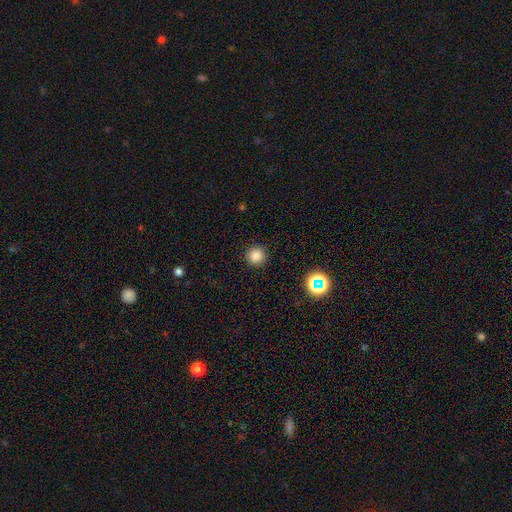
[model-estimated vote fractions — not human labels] Smooth or featured? smooth (82%)
How rounded? round (95%)
Merging? none (91%)